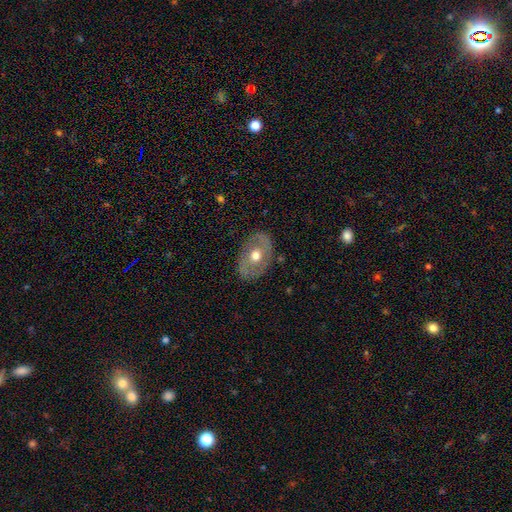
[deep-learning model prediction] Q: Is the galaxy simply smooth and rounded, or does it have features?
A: featured or disk — 53%.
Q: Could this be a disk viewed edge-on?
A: no — 91%.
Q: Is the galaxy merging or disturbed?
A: none — 80%.